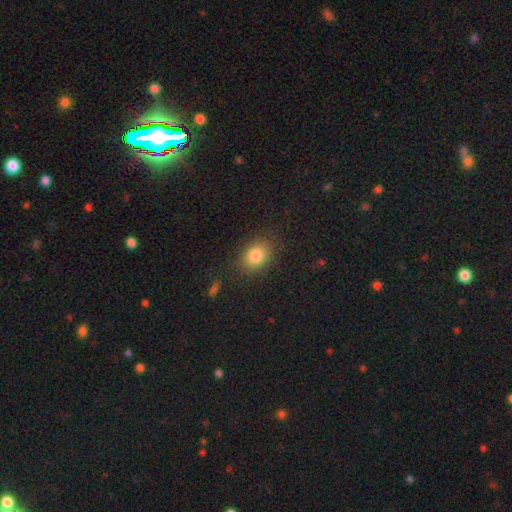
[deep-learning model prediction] A smooth galaxy with no disk features (83%) that is in between round and cigar-shaped (62%).

Vote fractions:
- Smooth or featured? smooth: 83% / star or artifact: 10% / featured or disk: 7%
- How rounded? in between: 62% / round: 36% / cigar-shaped: 1%
- Merging? none: 82% / minor disturbance: 13% / major disturbance: 4% / merger: 1%